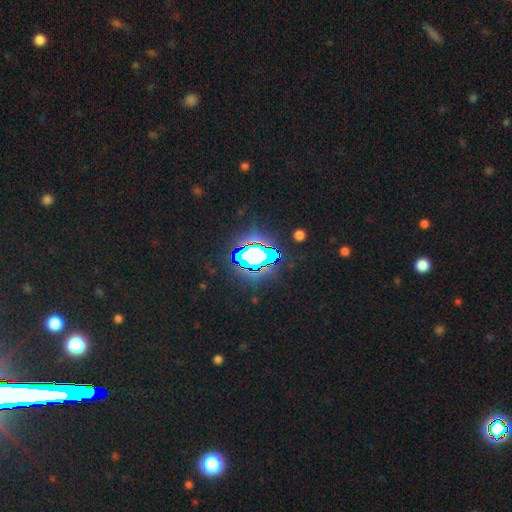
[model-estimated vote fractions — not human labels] smooth_or_featured: star or artifact (p=0.65) [alt: smooth p=0.21]